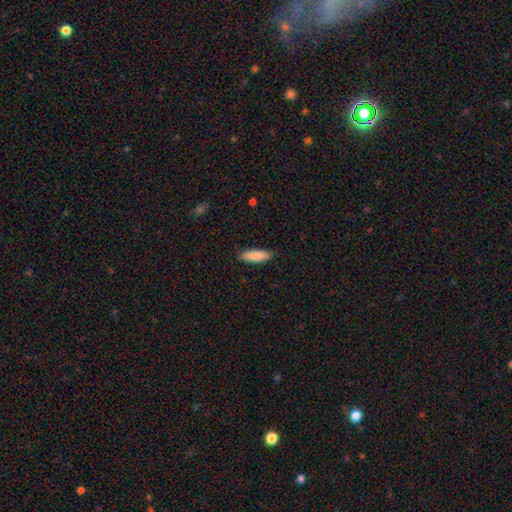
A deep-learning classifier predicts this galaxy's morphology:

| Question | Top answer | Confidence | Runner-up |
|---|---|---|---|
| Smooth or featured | smooth | 88% | featured or disk (7%) |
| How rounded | cigar-shaped | 49% | tied: in between (49%) |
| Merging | none | 90% | minor disturbance (7%) |